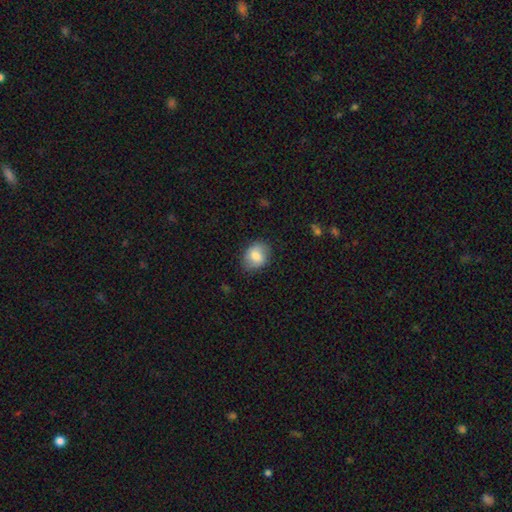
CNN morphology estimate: The model was most divided on "how rounded": round: 52%, in between: 47%, cigar-shaped: 1%. More confident: merging — none (79%); smooth or featured — smooth (72%).